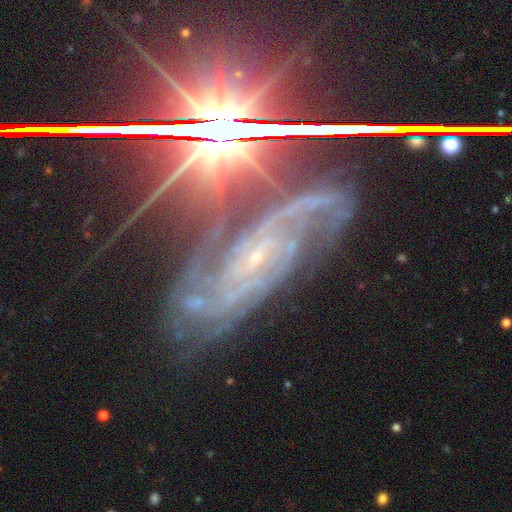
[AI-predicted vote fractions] The model was most divided on "spiral arm count": 2: 32%, can't tell: 25%, 3: 17%, 4: 11%, more than 4: 8%, 1: 7%. Remaining: spiral arms — yes (97%); edge-on disk — no (91%); bulge size — small (82%); smooth or featured — featured or disk (78%); merging — none (66%); spiral winding — tight (56%); bar — no (50%).